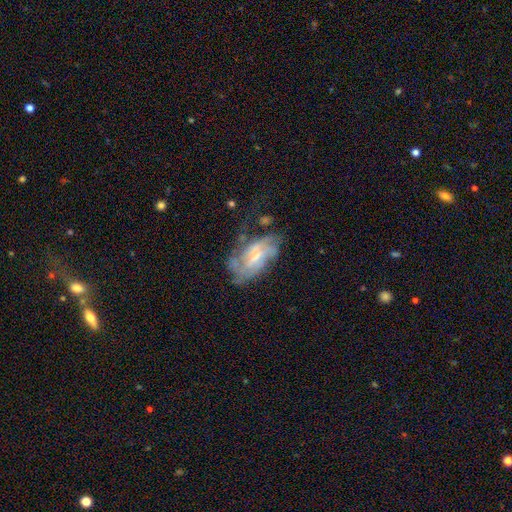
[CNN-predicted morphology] type=featured or disk (71%); edge-on=no (94%); bar=weak (48%); spiral arms=yes (73%); bulge=small (57%); merging=none (42%).